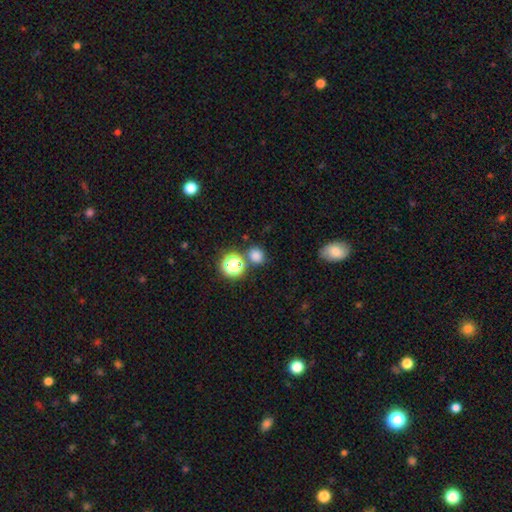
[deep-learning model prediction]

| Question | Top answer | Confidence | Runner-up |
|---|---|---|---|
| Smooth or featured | smooth | 75% | star or artifact (20%) |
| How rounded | round | 80% | in between (19%) |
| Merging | none | 74% | merger (13%) |